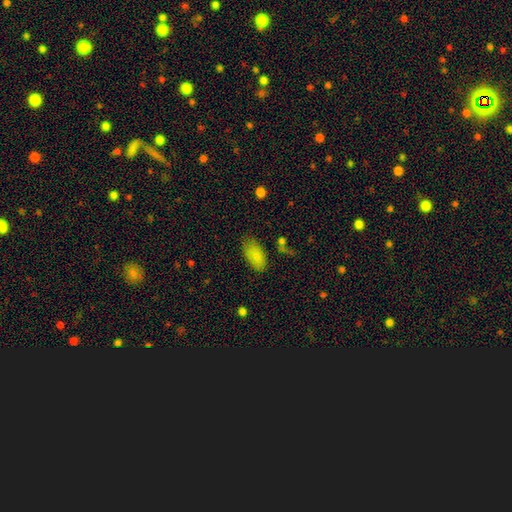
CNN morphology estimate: This is clearly a smooth galaxy (85%). How rounded: clearly in between (94%). Merging: likely none (75%).